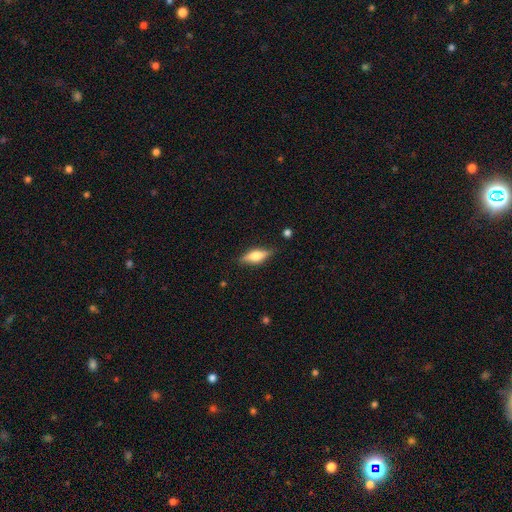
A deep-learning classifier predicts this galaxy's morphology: This appears to be a smooth galaxy with no disk features (51%) that is in between round and cigar-shaped (62%). Merging: none (83%).